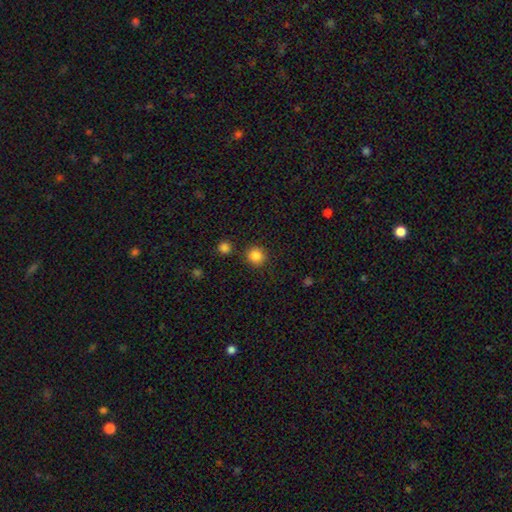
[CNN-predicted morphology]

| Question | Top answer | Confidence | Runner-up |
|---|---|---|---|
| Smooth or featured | smooth | 85% | star or artifact (11%) |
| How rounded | round | 92% | in between (7%) |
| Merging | none | 85% | minor disturbance (8%) |